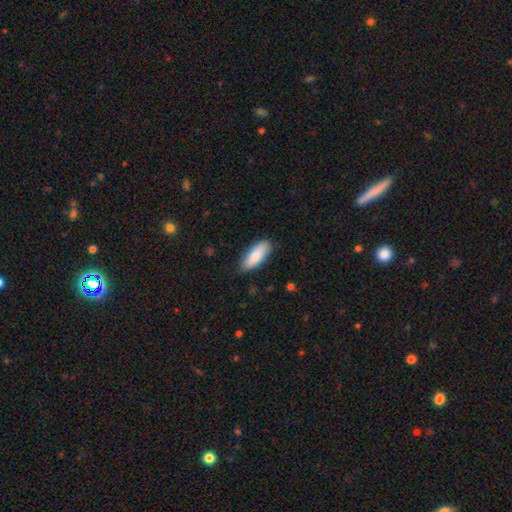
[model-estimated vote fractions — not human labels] smooth 85%, featured or disk 9%, star or artifact 5%. Down the decision tree: how rounded — in between (71%); merging — none (86%).